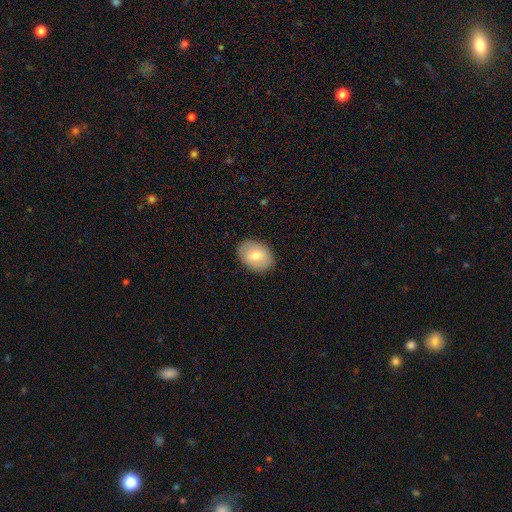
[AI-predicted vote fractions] Smooth or featured?
  - smooth: 72% *
  - featured or disk: 21%
  - star or artifact: 7%
How rounded?
  - in between: 70% *
  - round: 29%
  - cigar-shaped: 1%
Merging?
  - none: 87% *
  - minor disturbance: 10%
  - major disturbance: 2%
  - merger: 1%